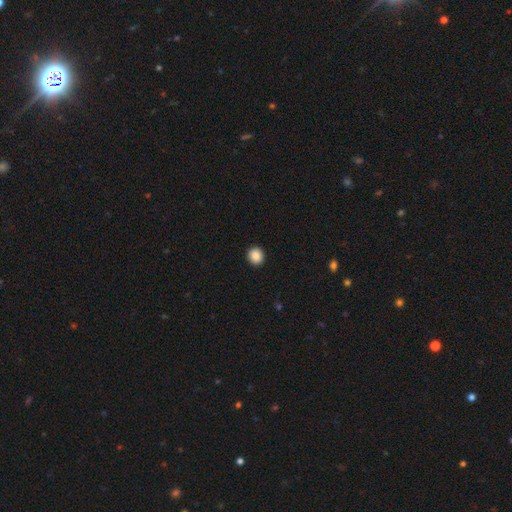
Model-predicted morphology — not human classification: A smooth galaxy with no disk features (88%) that is round (89%). Merging: none (93%).